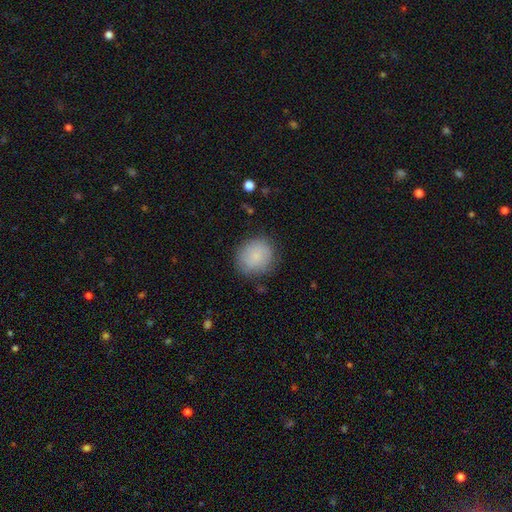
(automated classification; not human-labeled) The model was most divided on "how rounded": round: 82%, in between: 17%, cigar-shaped: 1%. More confident: merging — none (81%); smooth or featured — smooth (81%).